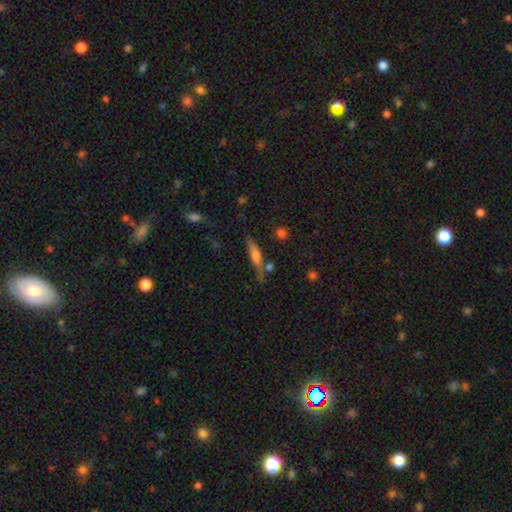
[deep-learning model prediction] smooth 59%, featured or disk 32%, star or artifact 9%. Down the decision tree: how rounded — cigar-shaped (79%); merging — none (63%).